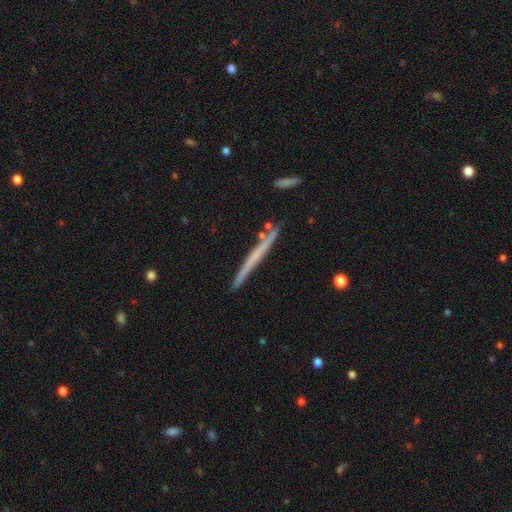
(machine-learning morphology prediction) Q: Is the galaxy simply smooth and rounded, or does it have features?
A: featured or disk — 56%.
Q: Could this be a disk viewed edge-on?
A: yes — 97%.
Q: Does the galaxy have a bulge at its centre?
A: none — 82%.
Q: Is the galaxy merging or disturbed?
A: none — 84%.